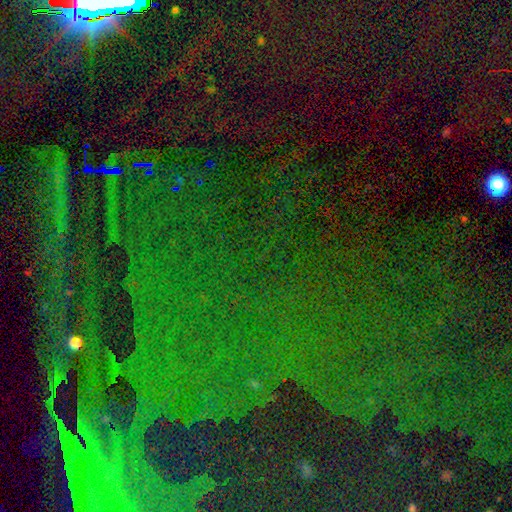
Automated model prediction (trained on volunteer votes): The model was most divided on "smooth or featured": star or artifact: 83%, smooth: 9%, featured or disk: 8%.